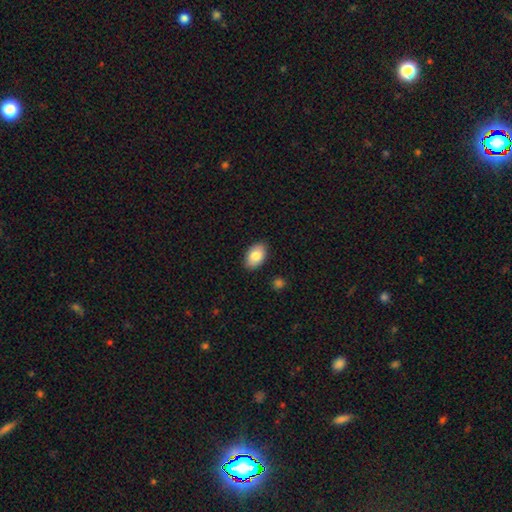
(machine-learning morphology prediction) A smooth galaxy with no disk features (85%) that is in between round and cigar-shaped (92%). Merging: none (88%).